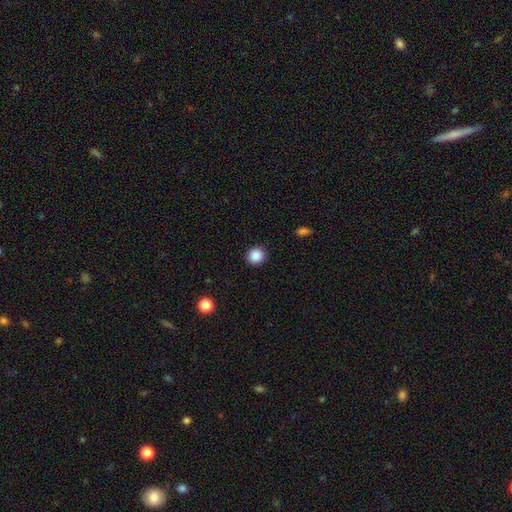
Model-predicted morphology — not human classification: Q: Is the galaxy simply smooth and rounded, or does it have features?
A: smooth — 88%.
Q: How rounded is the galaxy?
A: round — 91%.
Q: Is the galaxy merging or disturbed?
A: none — 91%.